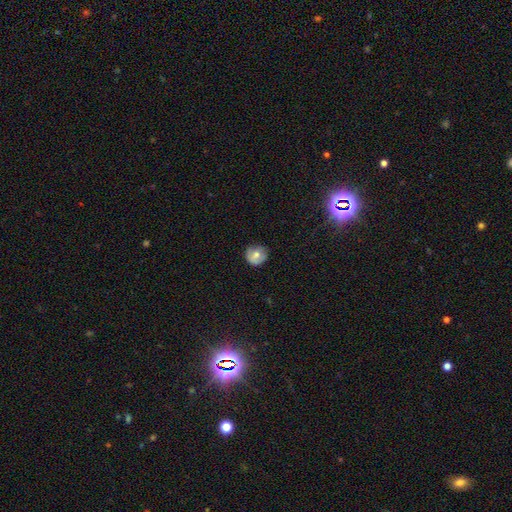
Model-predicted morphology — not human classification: A smooth galaxy with no disk features (68%) that is round (88%).

Vote fractions:
- Smooth or featured? smooth: 68% / featured or disk: 23% / star or artifact: 9%
- How rounded? round: 88% / in between: 11% / cigar-shaped: 1%
- Merging? none: 72% / minor disturbance: 22% / major disturbance: 5% / merger: 1%